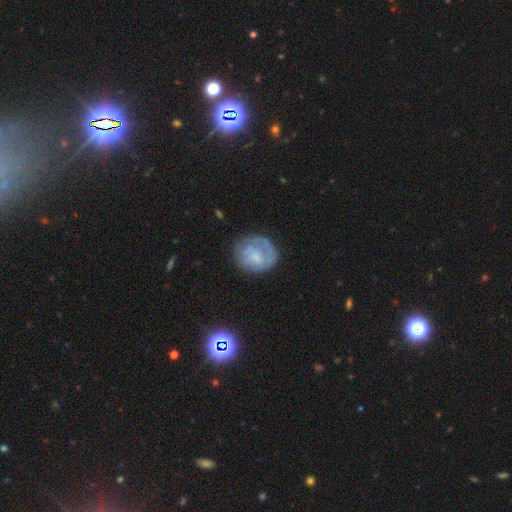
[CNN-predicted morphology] The model was most divided on "smooth or featured" (2-way tie): smooth: 46%, featured or disk: 46%, star or artifact: 9%. More confident: merging — none (63%).